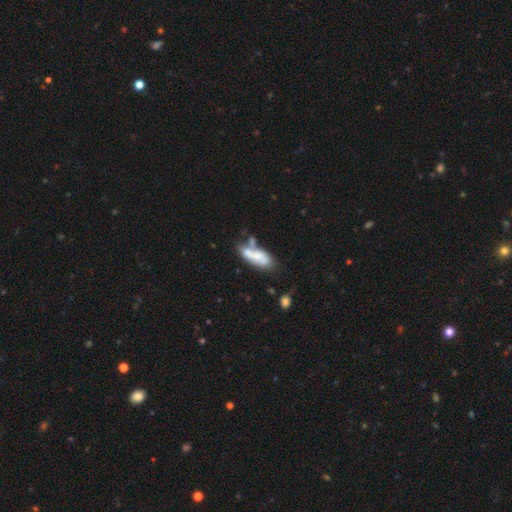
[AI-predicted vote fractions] A smooth galaxy with no disk features (59%) that is in between round and cigar-shaped (68%).

Vote fractions:
- Smooth or featured? smooth: 59% / featured or disk: 34% / star or artifact: 7%
- How rounded? in between: 68% / cigar-shaped: 29% / round: 2%
- Merging? merger: 35% / none: 33% / minor disturbance: 21% / major disturbance: 12%